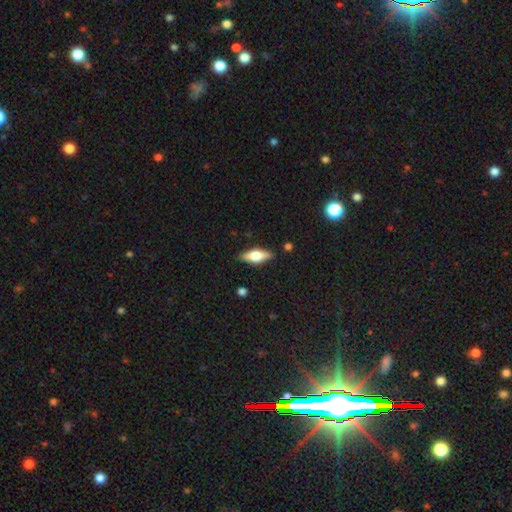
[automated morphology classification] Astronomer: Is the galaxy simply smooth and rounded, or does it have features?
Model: smooth — 47% (runner-up: featured or disk, 46%).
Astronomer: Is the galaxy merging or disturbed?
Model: none — 86%.